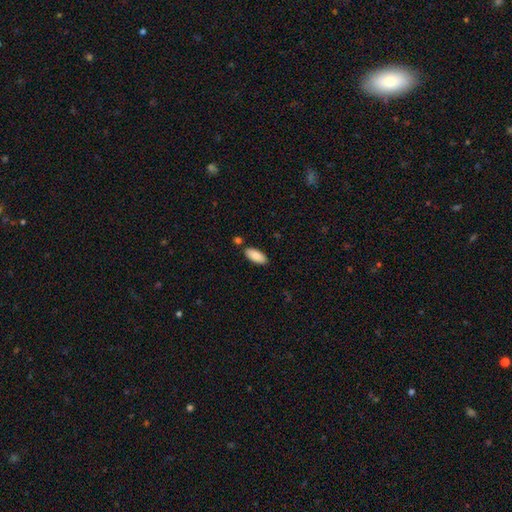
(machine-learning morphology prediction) Overall: smooth (88%). How rounded: in between (89%). Merging: none (82%).